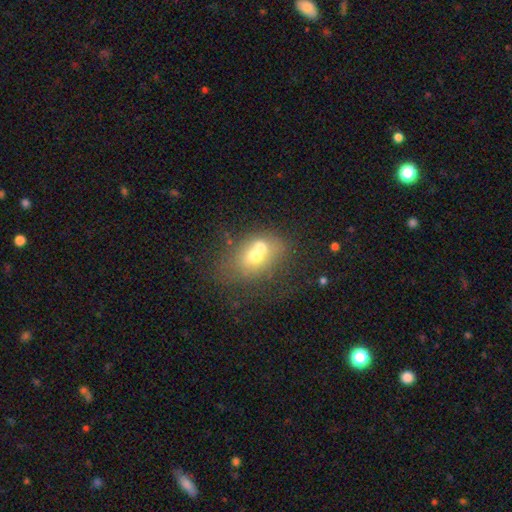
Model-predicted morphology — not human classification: This appears to be a smooth galaxy with no disk features (56%) that is in between round and cigar-shaped (61%). Merging: merger (52%).